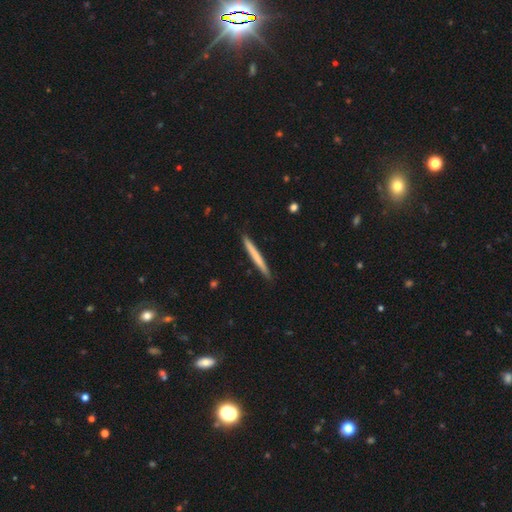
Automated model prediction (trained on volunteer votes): smooth-or-featured: smooth: 65% | featured or disk: 30% | star or artifact: 5%
  how-rounded: cigar-shaped: 97% | in between: 2% | round: 1%
  merging: none: 91% | minor disturbance: 7% | major disturbance: 1% | merger: 1%